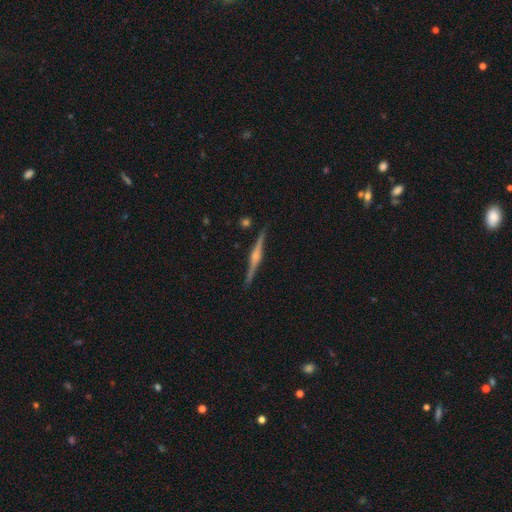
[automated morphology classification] Q: Smooth or featured?
A: featured or disk (84%); runner-up: smooth (11%)
Q: Edge-on disk?
A: yes (99%); runner-up: no (1%)
Q: Edge-on bulge?
A: rounded (85%); runner-up: boxy (9%)
Q: Merging?
A: none (91%); runner-up: minor disturbance (7%)